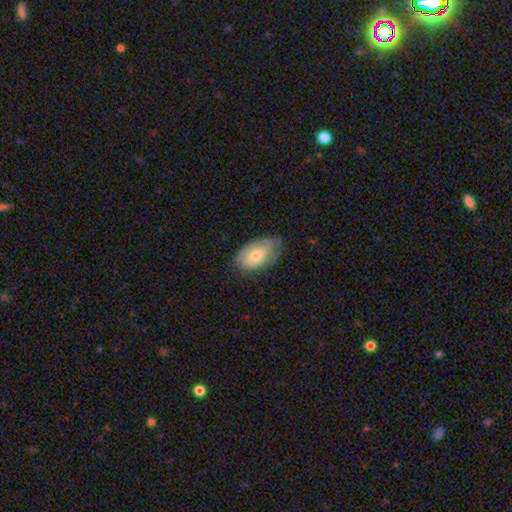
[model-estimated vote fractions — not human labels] Q: Smooth or featured?
A: smooth (56%); runner-up: featured or disk (38%)
Q: How rounded?
A: in between (93%); runner-up: round (5%)
Q: Merging?
A: none (59%); runner-up: minor disturbance (30%)